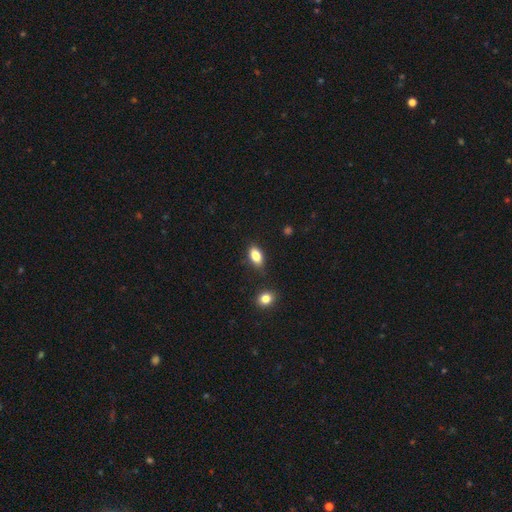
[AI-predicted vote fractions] Morphology: type=smooth (83%); roundness=in between (89%); merging=none (83%).